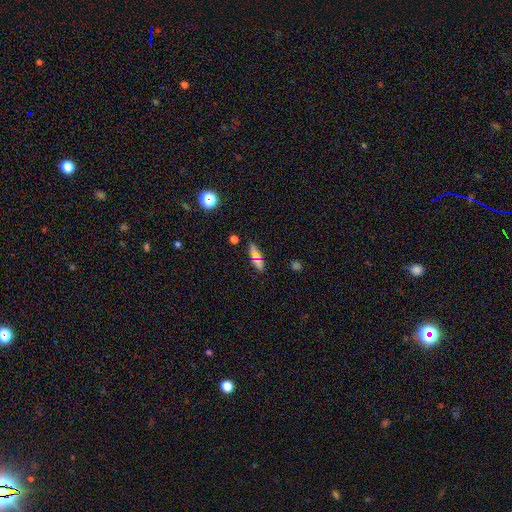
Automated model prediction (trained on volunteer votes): Q: Smooth or featured?
A: smooth (58%); runner-up: star or artifact (25%)
Q: How rounded?
A: in between (50%); runner-up: cigar-shaped (39%)
Q: Merging?
A: none (83%); runner-up: minor disturbance (10%)